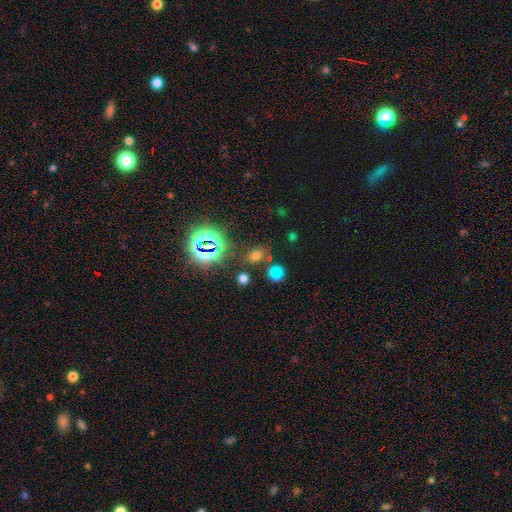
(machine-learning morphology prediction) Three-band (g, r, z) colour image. It shows a smooth galaxy with no disk features (58%) that is in between round and cigar-shaped (55%). Merging: none (76%).